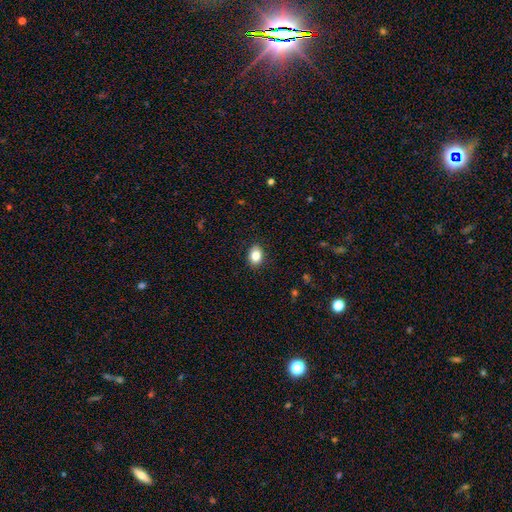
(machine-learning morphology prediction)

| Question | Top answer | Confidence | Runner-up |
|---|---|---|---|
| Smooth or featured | smooth | 84% | star or artifact (9%) |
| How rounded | in between | 70% | round (29%) |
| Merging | none | 89% | minor disturbance (8%) |